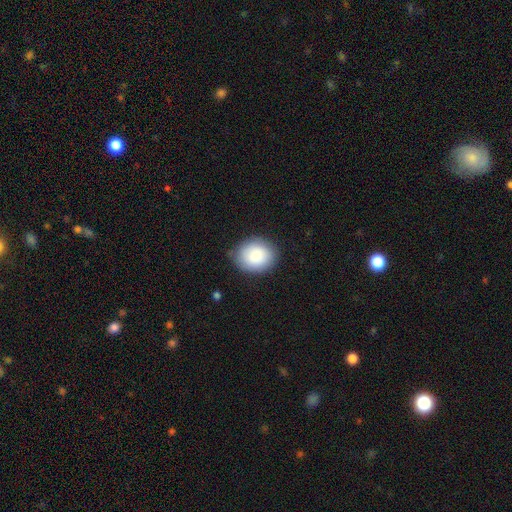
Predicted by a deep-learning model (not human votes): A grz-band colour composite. It shows a smooth galaxy with no disk features (86%) that is round (59%). Merging: none (81%).